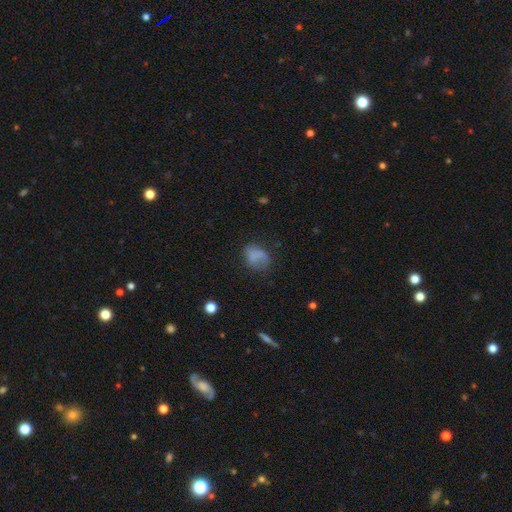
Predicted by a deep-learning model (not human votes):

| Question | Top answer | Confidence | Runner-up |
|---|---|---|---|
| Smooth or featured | smooth | 71% | featured or disk (17%) |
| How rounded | in between | 58% | round (41%) |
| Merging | none | 48% | minor disturbance (28%) |